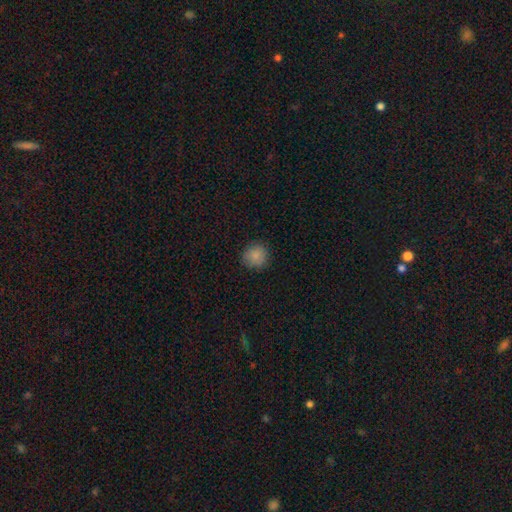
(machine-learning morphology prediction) A smooth galaxy with no disk features (86%) that is round (92%). Merging: none (89%).